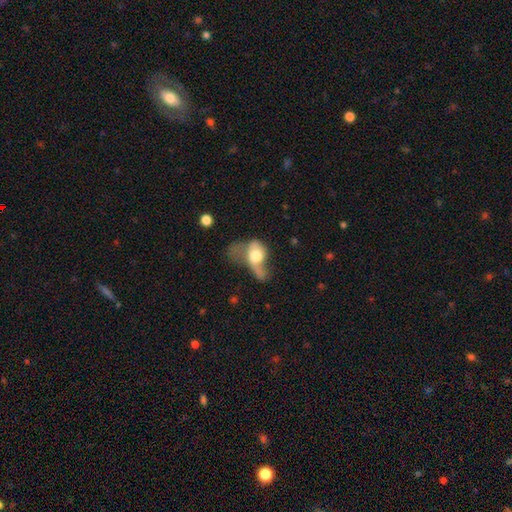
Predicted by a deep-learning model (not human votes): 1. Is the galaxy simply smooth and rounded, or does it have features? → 55% smooth, 36% featured or disk, 9% star or artifact.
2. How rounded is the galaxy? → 68% in between, 27% round, 5% cigar-shaped.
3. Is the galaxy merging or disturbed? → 58% major disturbance, 15% merger, 14% minor disturbance, 12% none.